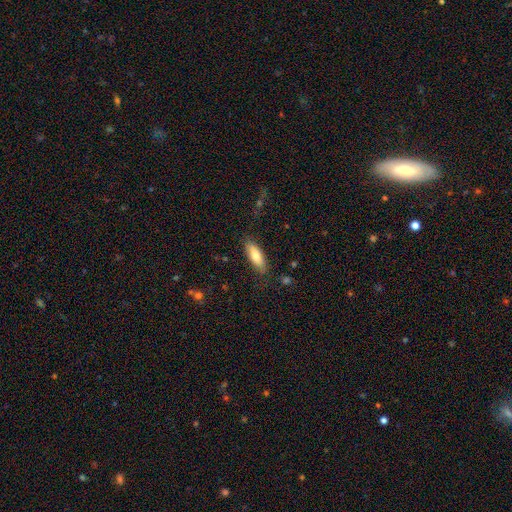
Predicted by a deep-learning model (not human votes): Smooth or featured: smooth — 77% (featured or disk — 17%)
How rounded: in between — 71% (cigar-shaped — 27%)
Merging: none — 82% (minor disturbance — 14%)